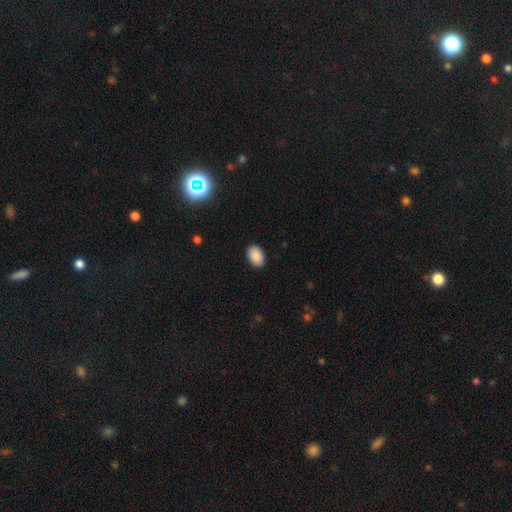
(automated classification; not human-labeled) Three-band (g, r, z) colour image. It shows a smooth galaxy with no disk features (90%) that is in between round and cigar-shaped (88%). Merging: none (90%).